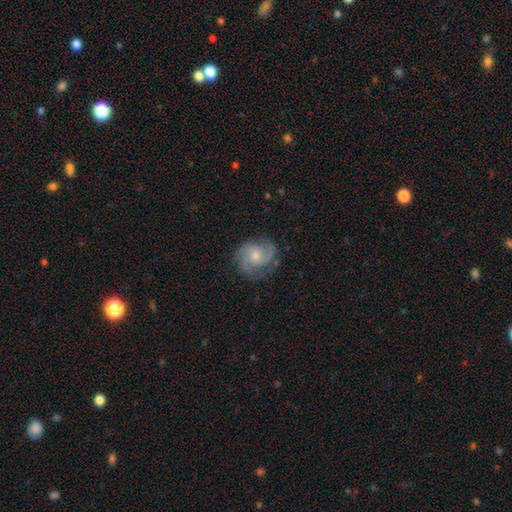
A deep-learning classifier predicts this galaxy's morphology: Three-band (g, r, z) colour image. It shows a featured or disk galaxy (83%) with no bar (70%), 2 (43%) medium (48%) spiral arms (97%) and a moderate central bulge (54%). Merging: none (76%).